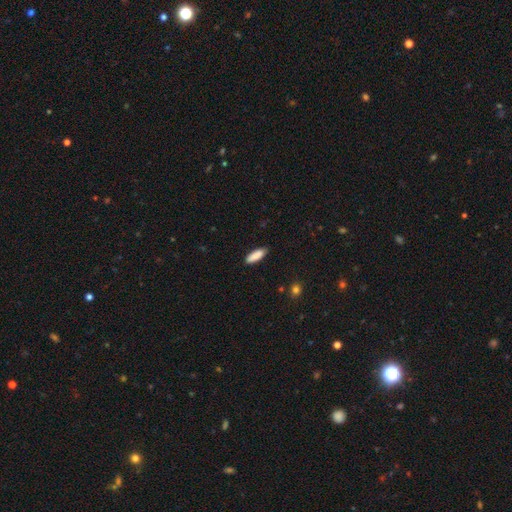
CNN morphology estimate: Smooth or featured? smooth (88%)
How rounded? in between (53%)
Merging? none (86%)